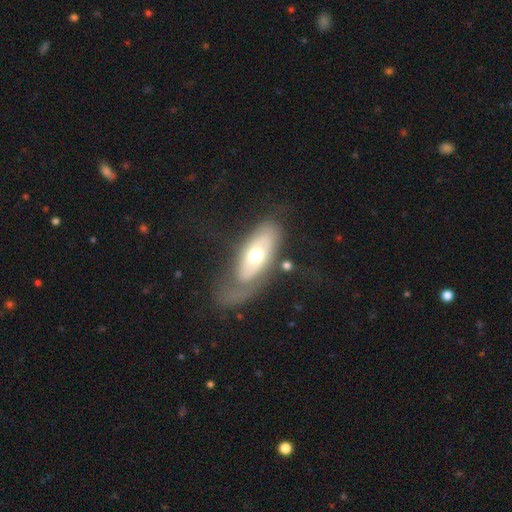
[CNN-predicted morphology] smooth_or_featured: featured or disk (p=0.56) [alt: smooth p=0.38]
disk_edge_on: no (p=0.81) [alt: yes p=0.19]
merging: none (p=0.41) [alt: major disturbance p=0.33]